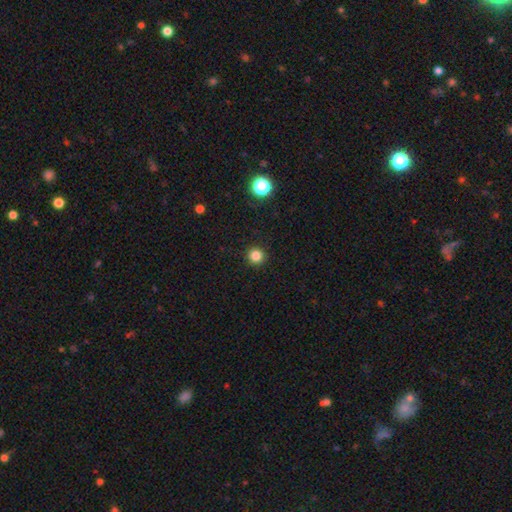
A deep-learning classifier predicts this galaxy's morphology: The model was most divided on "smooth or featured": smooth: 83%, star or artifact: 13%, featured or disk: 4%. More confident: how rounded — round (96%); merging — none (93%).